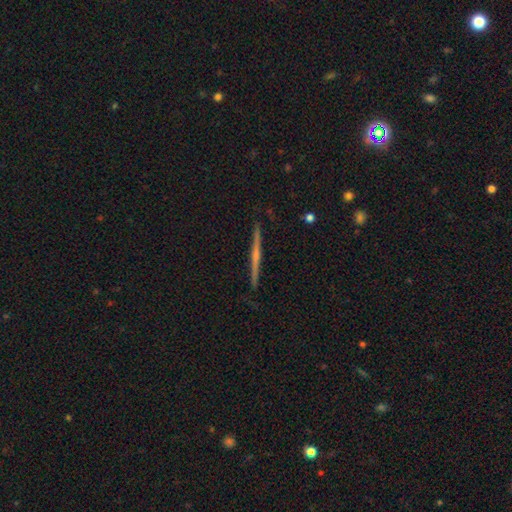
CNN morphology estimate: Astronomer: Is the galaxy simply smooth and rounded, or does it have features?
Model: featured or disk — 72%.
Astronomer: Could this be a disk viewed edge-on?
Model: yes — 98%.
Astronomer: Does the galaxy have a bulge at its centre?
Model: rounded — 50% (runner-up: none, 42%).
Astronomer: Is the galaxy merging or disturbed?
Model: none — 92%.